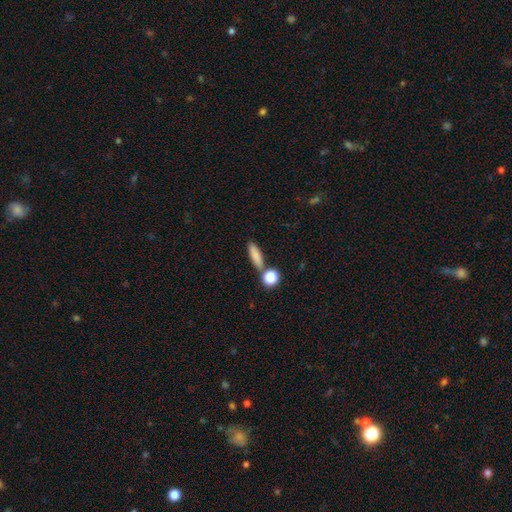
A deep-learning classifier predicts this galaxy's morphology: A smooth galaxy with no disk features (83%) that is cigar-shaped (51%). Merging: none (73%).